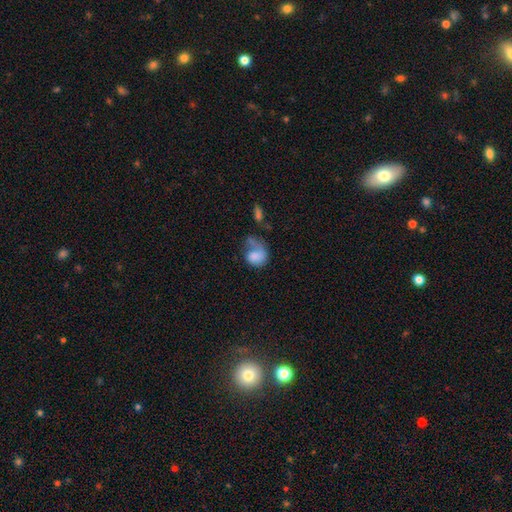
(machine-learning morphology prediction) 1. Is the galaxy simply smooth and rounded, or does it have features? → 65% smooth, 27% featured or disk, 8% star or artifact.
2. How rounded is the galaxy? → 53% in between, 46% round, 1% cigar-shaped.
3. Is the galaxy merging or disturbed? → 44% major disturbance, 25% none, 19% minor disturbance, 12% merger.